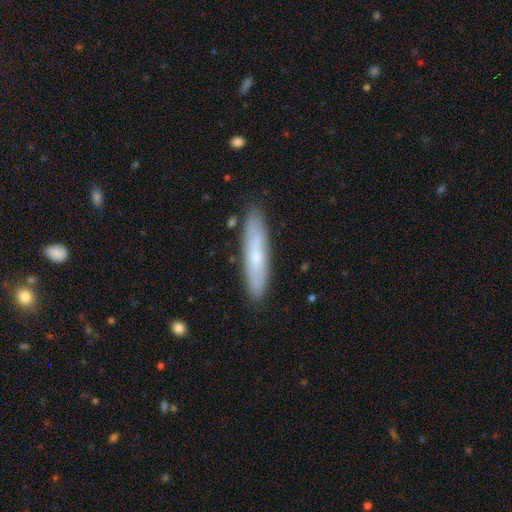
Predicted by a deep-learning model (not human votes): Smooth or featured?
  - smooth: 54% *
  - featured or disk: 40%
  - star or artifact: 6%
How rounded?
  - cigar-shaped: 83% *
  - in between: 15%
  - round: 2%
Merging?
  - none: 85% *
  - minor disturbance: 11%
  - major disturbance: 2%
  - merger: 2%